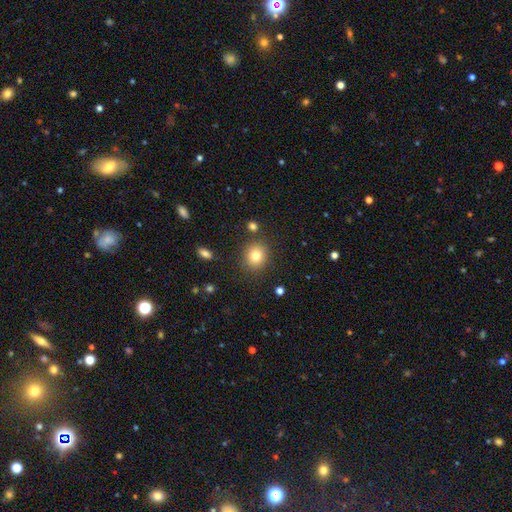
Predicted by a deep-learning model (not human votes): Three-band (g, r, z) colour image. It shows a smooth galaxy with no disk features (80%) that is round (80%). Merging: none (85%).